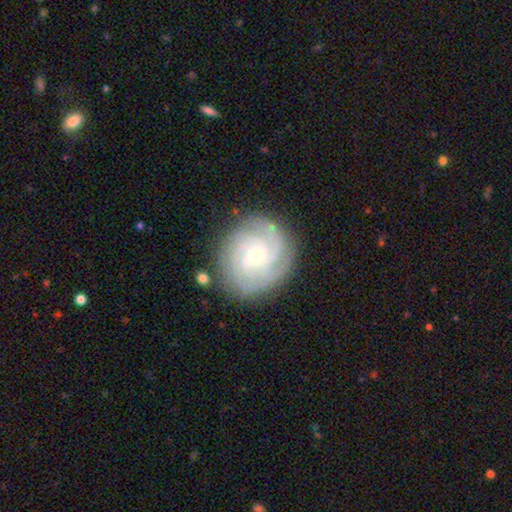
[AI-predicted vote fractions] This appears to be a featured or disk galaxy (86%) with no bar (72%), 4 (37%) tight (77%) spiral arms (98%) and a small central bulge (69%). Merging: none (84%).